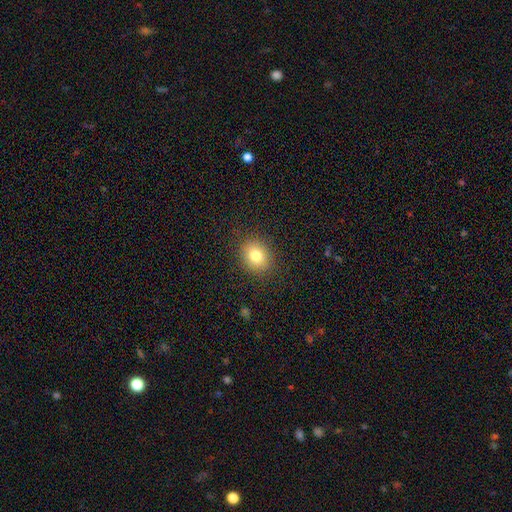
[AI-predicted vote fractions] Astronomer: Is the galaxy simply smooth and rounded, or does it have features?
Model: smooth — 80%.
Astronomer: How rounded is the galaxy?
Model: round — 62% (runner-up: in between, 37%).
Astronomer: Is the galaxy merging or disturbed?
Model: none — 88%.